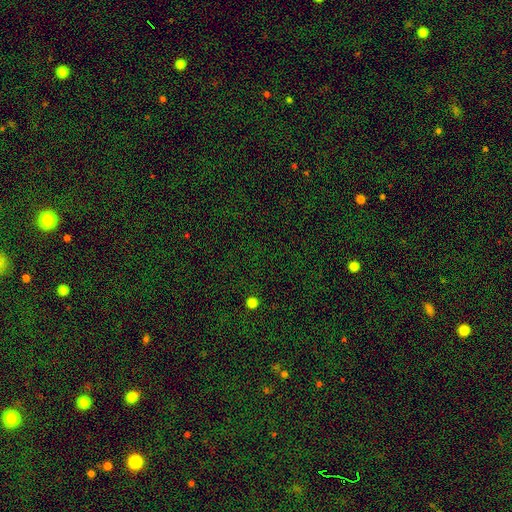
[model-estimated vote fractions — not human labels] A star or artifact, not a galaxy (79%).